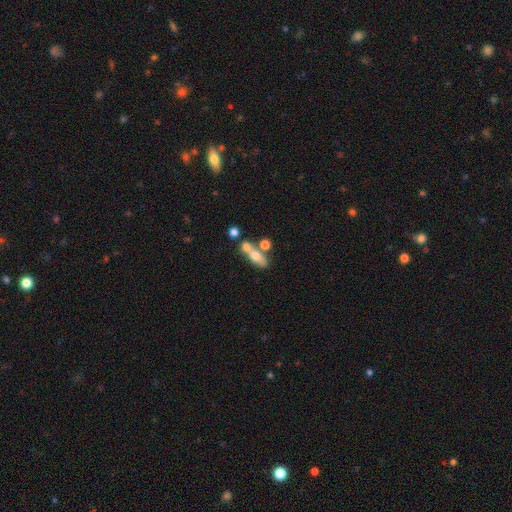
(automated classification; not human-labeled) smooth_or_featured: smooth (p=0.60) [alt: featured or disk p=0.30]
how_rounded: in between (p=0.64) [alt: cigar-shaped p=0.19]
merging: merger (p=0.44) [alt: none p=0.35]